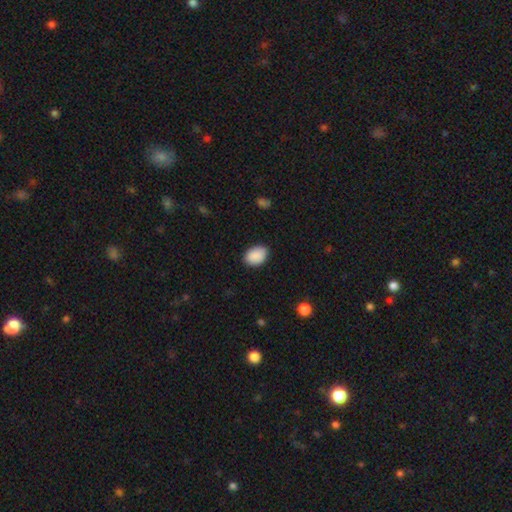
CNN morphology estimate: A smooth galaxy with no disk features (90%) that is in between round and cigar-shaped (82%). Merging: none (86%).